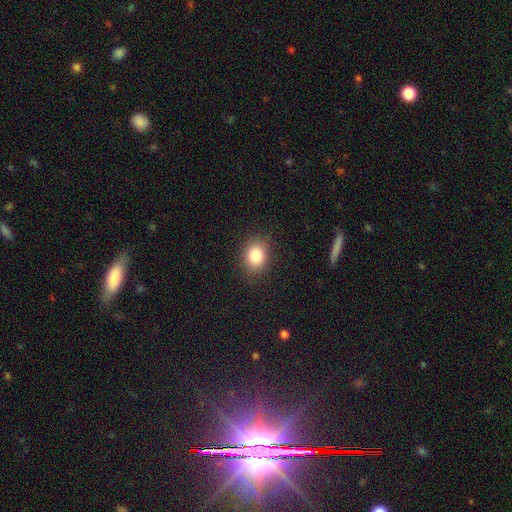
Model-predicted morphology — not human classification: smooth_or_featured: smooth (p=0.83) [alt: star or artifact p=0.10]
how_rounded: round (p=0.50) [alt: in between p=0.49]
merging: none (p=0.87) [alt: minor disturbance p=0.09]